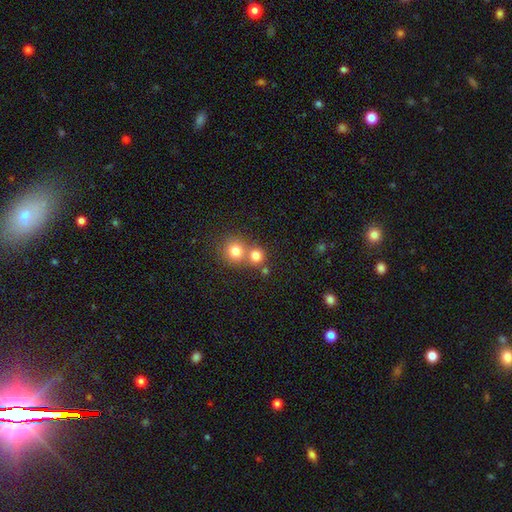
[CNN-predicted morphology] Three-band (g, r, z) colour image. It shows a smooth galaxy with no disk features (78%) that is round (88%). Merging: none (51%).